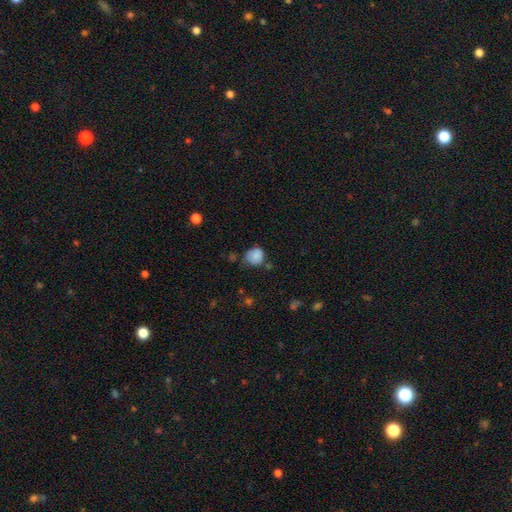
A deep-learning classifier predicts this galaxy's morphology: Smooth or featured: smooth — 83% (star or artifact — 9%)
How rounded: round — 78% (in between — 22%)
Merging: none — 57% (minor disturbance — 31%)